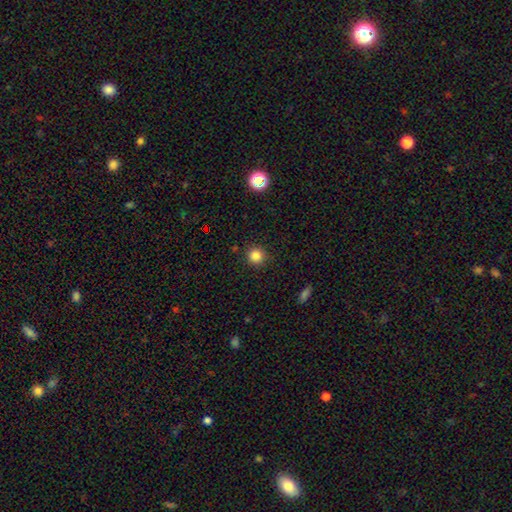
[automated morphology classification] This is clearly a smooth galaxy (83%). How rounded: clearly round (94%). Merging: clearly none (89%).